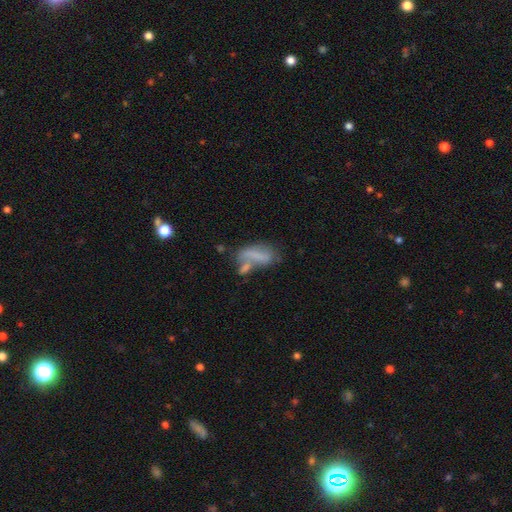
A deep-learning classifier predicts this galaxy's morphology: Smooth or featured?
  - smooth: 61% *
  - featured or disk: 29%
  - star or artifact: 11%
How rounded?
  - in between: 68% *
  - cigar-shaped: 28%
  - round: 4%
Merging?
  - merger: 32% *
  - none: 30%
  - minor disturbance: 20%
  - major disturbance: 18%